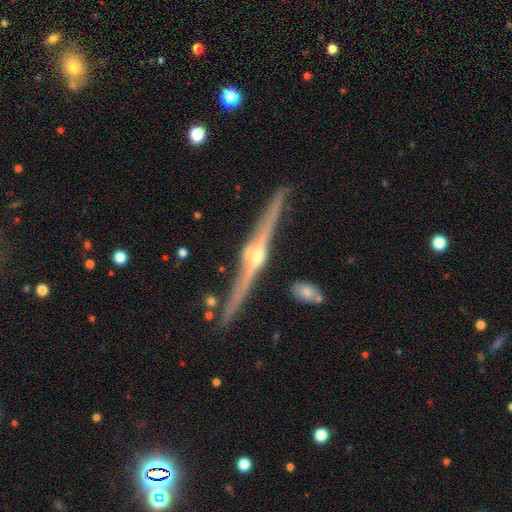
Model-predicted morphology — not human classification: type=featured or disk (90%); edge-on=yes (98%); edge-on bulge=rounded (92%); merging=none (87%).